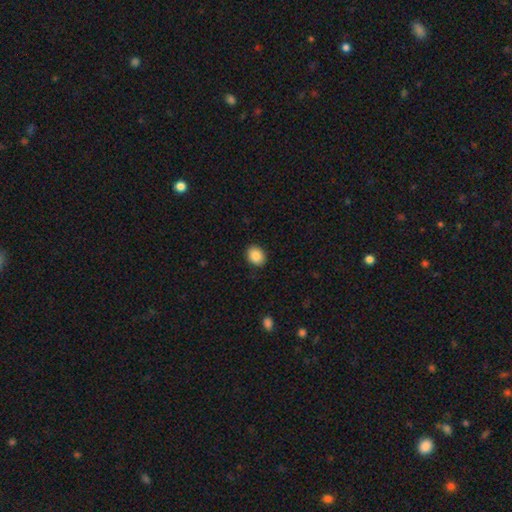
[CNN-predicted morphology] A smooth galaxy with no disk features (87%) that is in between round and cigar-shaped (52%). Merging: none (90%).